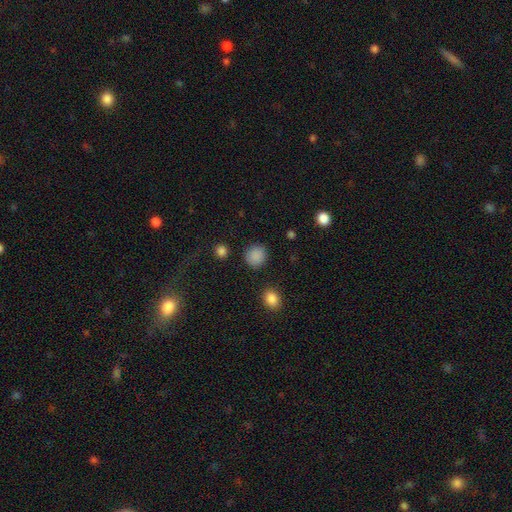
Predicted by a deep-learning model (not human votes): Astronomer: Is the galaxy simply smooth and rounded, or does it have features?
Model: smooth — 87%.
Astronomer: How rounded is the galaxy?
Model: round — 85%.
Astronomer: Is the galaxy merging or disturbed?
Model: none — 87%.